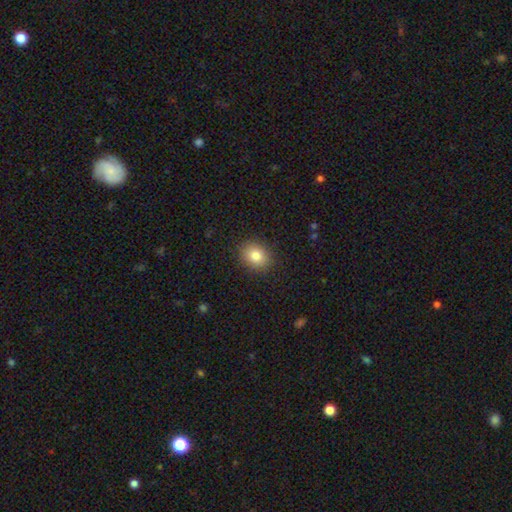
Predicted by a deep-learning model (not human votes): Morphology: type=smooth (82%); roundness=round (57%); merging=none (89%).